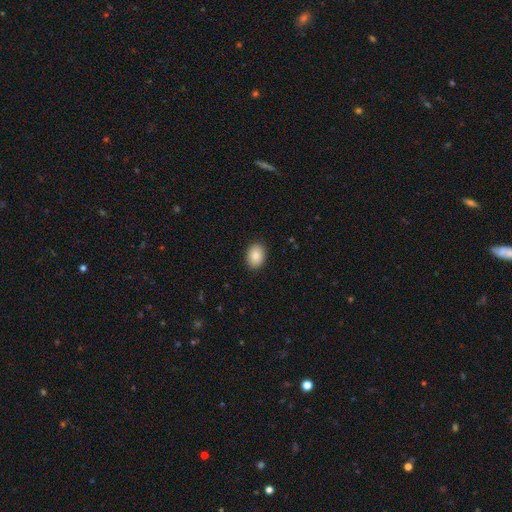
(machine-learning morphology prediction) type=smooth (86%); roundness=in between (69%); merging=none (90%).